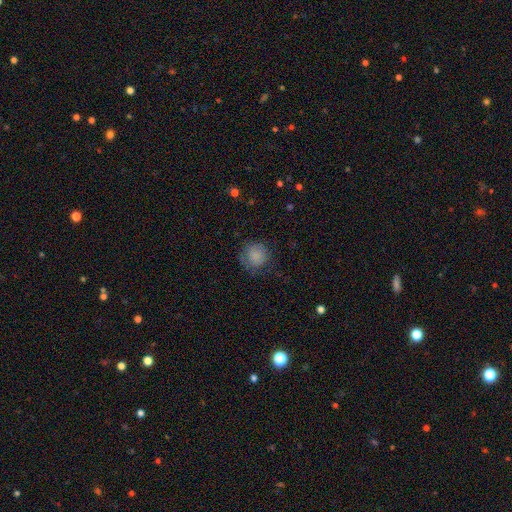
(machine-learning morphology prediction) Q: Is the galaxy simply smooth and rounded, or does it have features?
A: smooth — 82%.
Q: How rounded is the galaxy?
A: round — 90%.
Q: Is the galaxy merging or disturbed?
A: none — 70%.